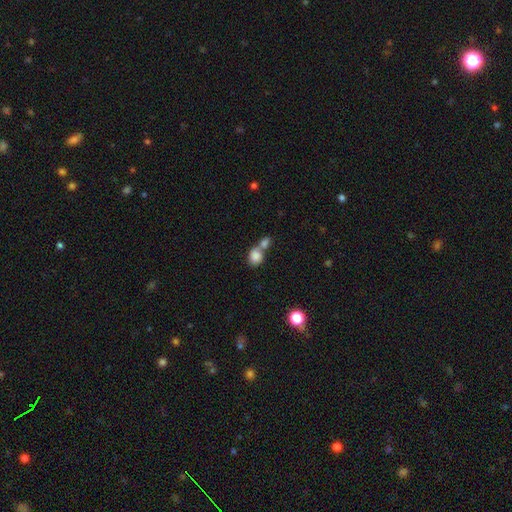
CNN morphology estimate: Q: Smooth or featured?
A: smooth (84%); runner-up: star or artifact (8%)
Q: How rounded?
A: round (62%); runner-up: in between (37%)
Q: Merging?
A: merger (61%); runner-up: none (27%)